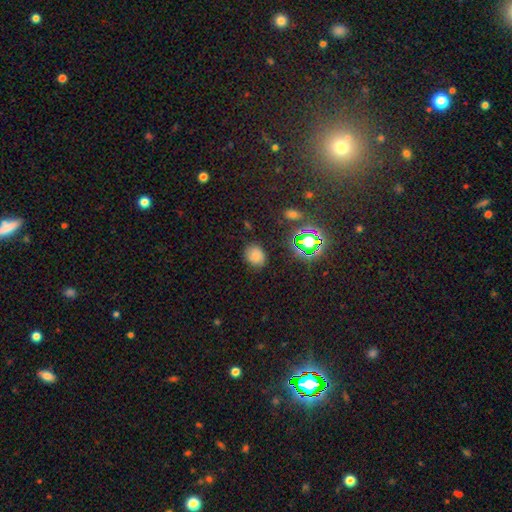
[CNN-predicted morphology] Smooth or featured? smooth (71%)
How rounded? round (58%)
Merging? none (80%)